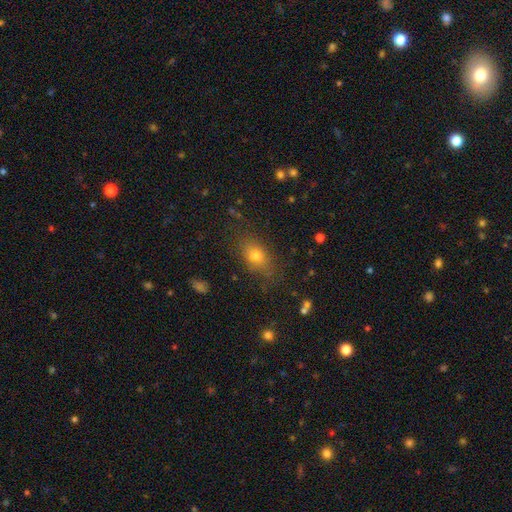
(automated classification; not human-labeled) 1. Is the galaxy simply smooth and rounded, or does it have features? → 74% smooth, 14% star or artifact, 12% featured or disk.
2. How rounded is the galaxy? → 71% in between, 25% round, 4% cigar-shaped.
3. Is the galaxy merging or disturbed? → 79% none, 14% minor disturbance, 5% major disturbance, 2% merger.